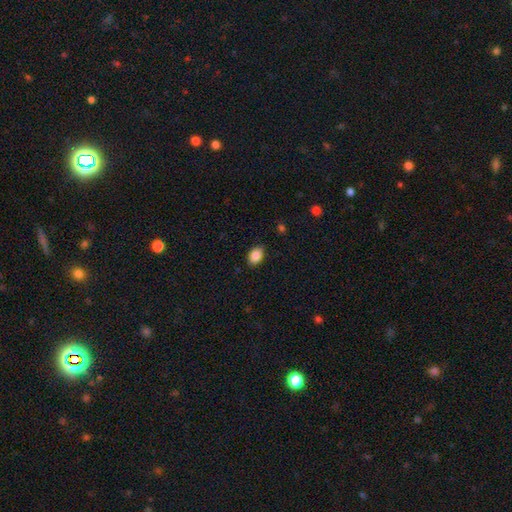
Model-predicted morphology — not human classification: A smooth galaxy with no disk features (89%) that is in between round and cigar-shaped (80%).

Vote fractions:
- Smooth or featured? smooth: 89% / star or artifact: 8% / featured or disk: 3%
- How rounded? in between: 80% / round: 19% / cigar-shaped: 1%
- Merging? none: 87% / minor disturbance: 10% / major disturbance: 2% / merger: 1%